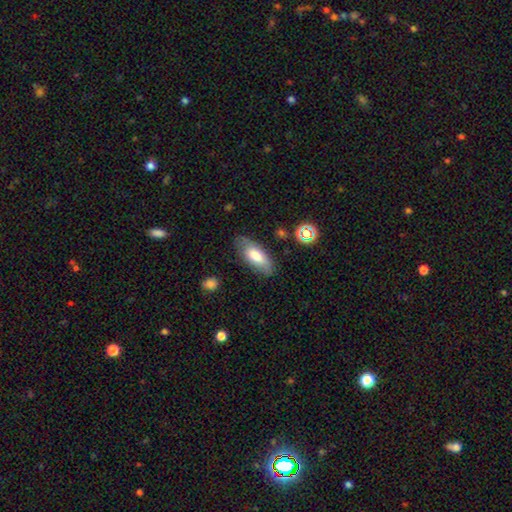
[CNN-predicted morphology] Q: Smooth or featured?
A: smooth (73%); runner-up: featured or disk (20%)
Q: How rounded?
A: in between (81%); runner-up: cigar-shaped (17%)
Q: Merging?
A: none (77%); runner-up: minor disturbance (17%)